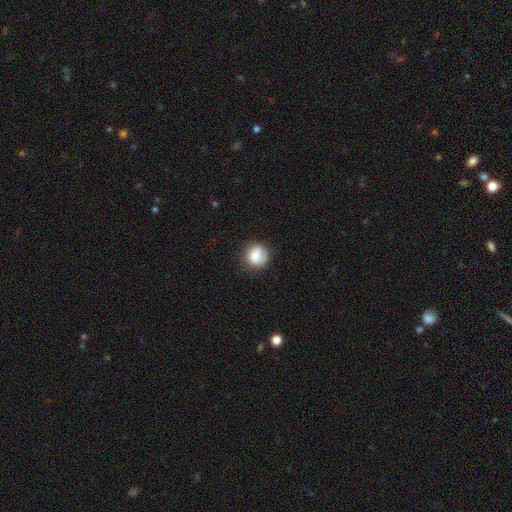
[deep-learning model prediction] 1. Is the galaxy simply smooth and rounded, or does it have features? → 79% smooth, 13% featured or disk, 8% star or artifact.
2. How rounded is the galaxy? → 87% round, 12% in between, 1% cigar-shaped.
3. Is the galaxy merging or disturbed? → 74% none, 19% minor disturbance, 6% major disturbance, 2% merger.